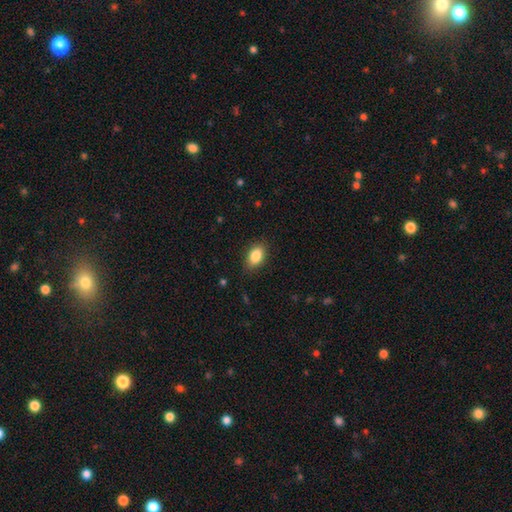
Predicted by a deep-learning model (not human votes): smooth_or_featured: smooth (p=0.86) [alt: star or artifact p=0.08]
how_rounded: in between (p=0.88) [alt: round p=0.10]
merging: none (p=0.85) [alt: minor disturbance p=0.11]